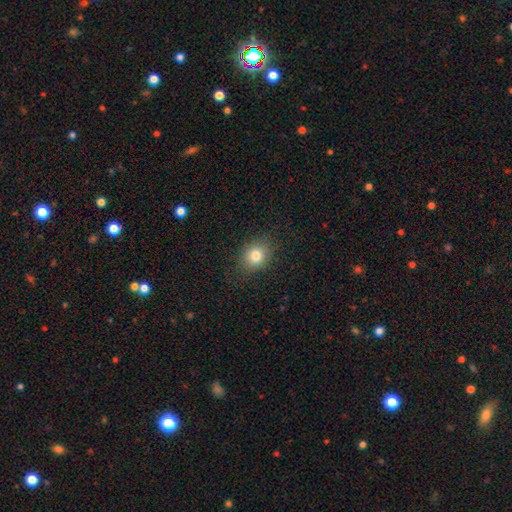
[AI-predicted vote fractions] A smooth galaxy with no disk features (79%) that is round (54%).

Vote fractions:
- Smooth or featured? smooth: 79% / star or artifact: 12% / featured or disk: 9%
- How rounded? round: 54% / in between: 44% / cigar-shaped: 1%
- Merging? none: 84% / minor disturbance: 11% / major disturbance: 4% / merger: 1%